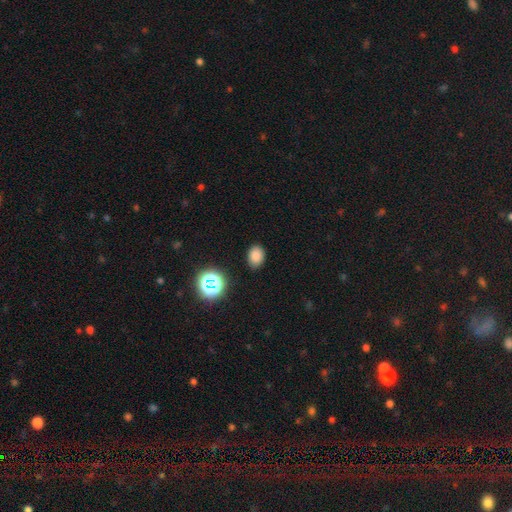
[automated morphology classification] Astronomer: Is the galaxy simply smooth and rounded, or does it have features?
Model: smooth — 80%.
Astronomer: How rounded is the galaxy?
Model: in between — 72%.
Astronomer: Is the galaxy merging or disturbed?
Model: none — 86%.